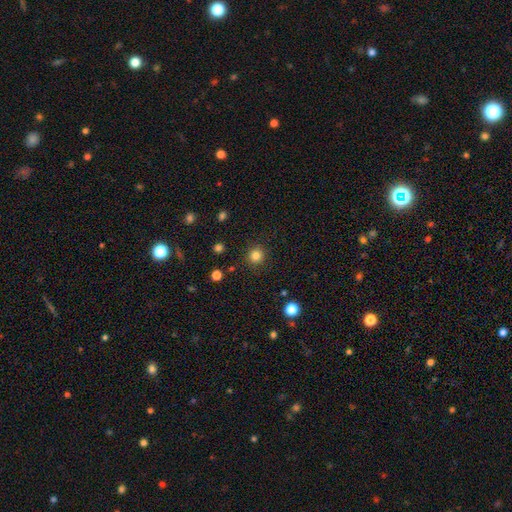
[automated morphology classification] Q: Smooth or featured?
A: smooth (83%); runner-up: star or artifact (13%)
Q: How rounded?
A: round (94%); runner-up: in between (5%)
Q: Merging?
A: none (91%); runner-up: minor disturbance (6%)